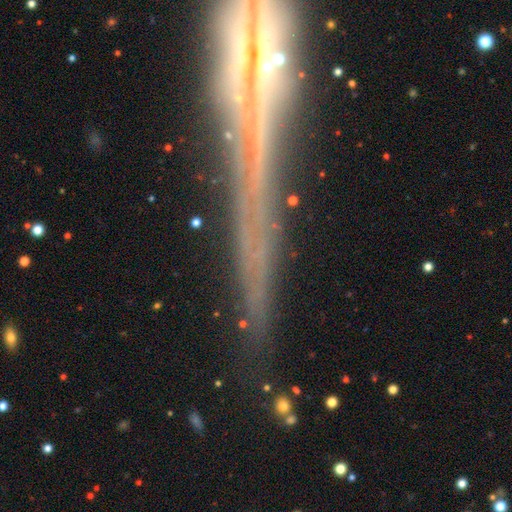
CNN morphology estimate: Smooth or featured? Predicted: star or artifact (p=0.42).